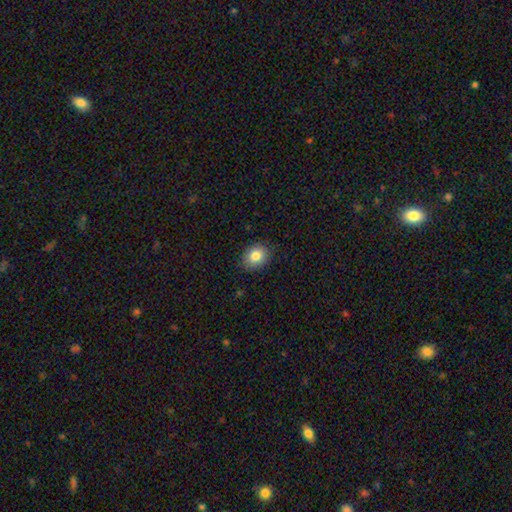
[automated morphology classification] A smooth galaxy with no disk features (83%) that is in between round and cigar-shaped (56%). Merging: none (87%).